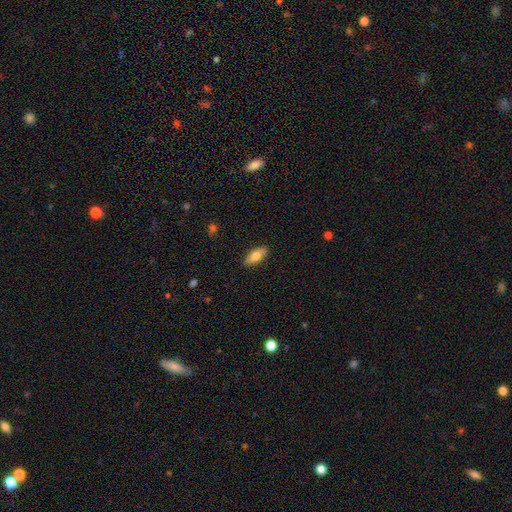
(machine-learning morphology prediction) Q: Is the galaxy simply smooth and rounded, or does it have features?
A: smooth — 68%.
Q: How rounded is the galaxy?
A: in between — 68%.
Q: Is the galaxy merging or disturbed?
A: none — 89%.